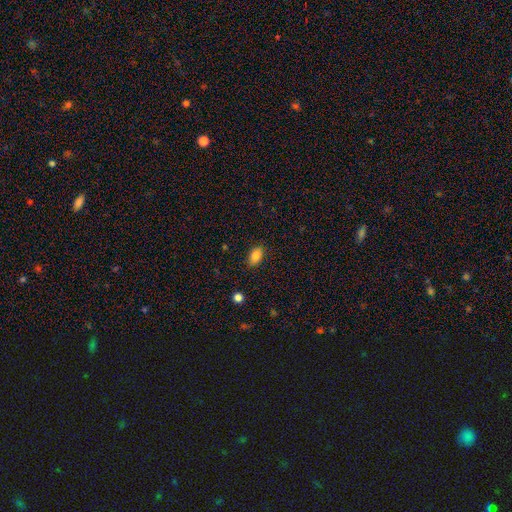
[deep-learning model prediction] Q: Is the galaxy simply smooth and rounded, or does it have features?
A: smooth — 84%.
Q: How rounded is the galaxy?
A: in between — 88%.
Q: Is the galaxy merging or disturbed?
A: none — 85%.